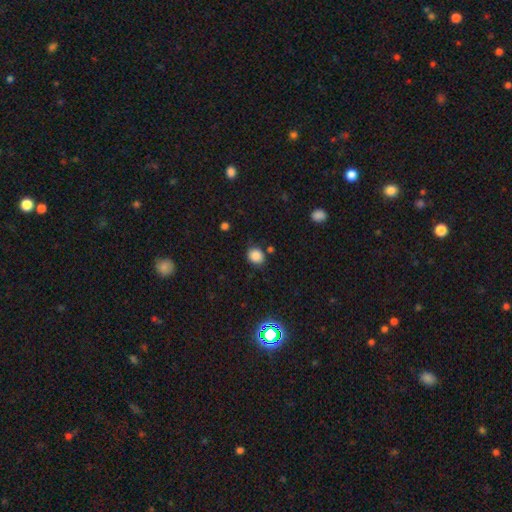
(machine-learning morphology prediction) Smooth or featured? smooth (84%)
How rounded? round (68%)
Merging? none (79%)